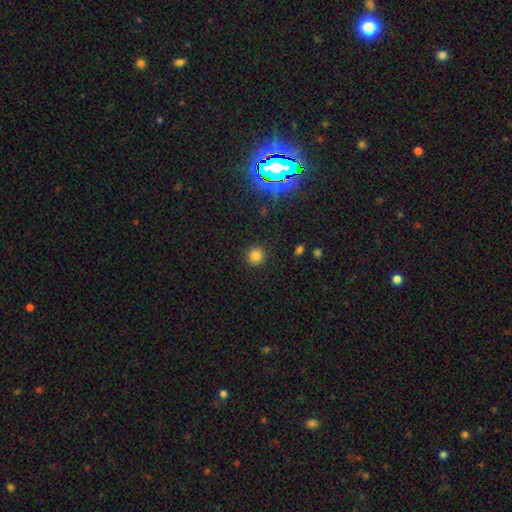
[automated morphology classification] Smooth or featured? smooth (80%)
How rounded? round (93%)
Merging? none (90%)